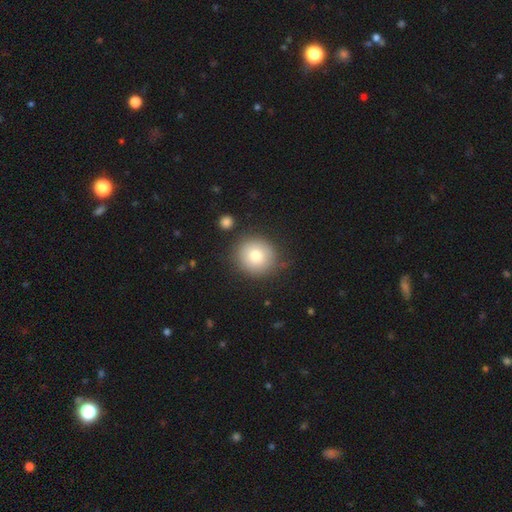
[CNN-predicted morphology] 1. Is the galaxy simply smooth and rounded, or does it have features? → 76% smooth, 14% featured or disk, 9% star or artifact.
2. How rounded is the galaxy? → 93% round, 6% in between, 1% cigar-shaped.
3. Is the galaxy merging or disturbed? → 82% none, 11% minor disturbance, 4% merger, 4% major disturbance.